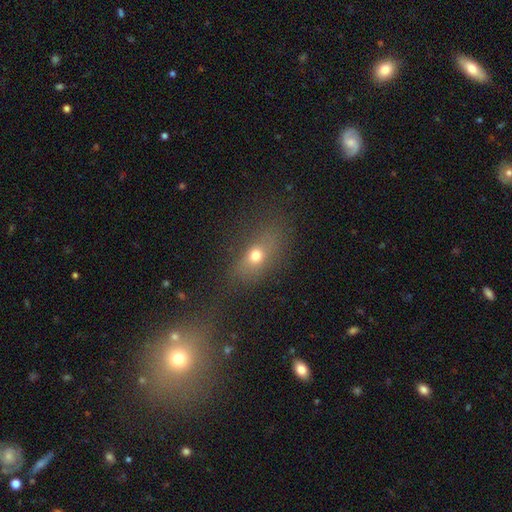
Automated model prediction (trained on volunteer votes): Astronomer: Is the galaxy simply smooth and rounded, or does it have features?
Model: smooth — 66%.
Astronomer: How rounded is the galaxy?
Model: in between — 63%.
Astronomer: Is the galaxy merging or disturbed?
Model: none — 71%.